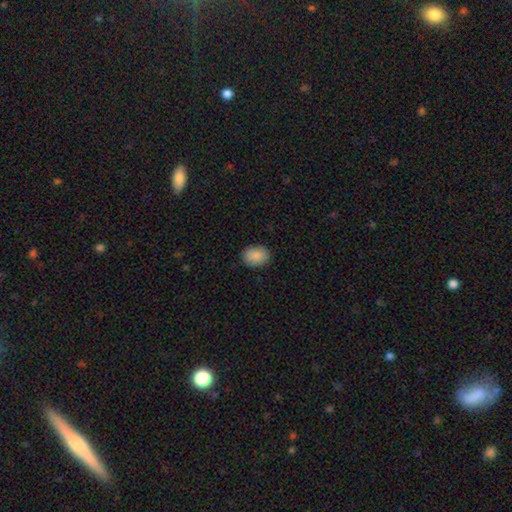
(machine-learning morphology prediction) Smooth or featured? smooth (89%)
How rounded? in between (62%)
Merging? none (88%)